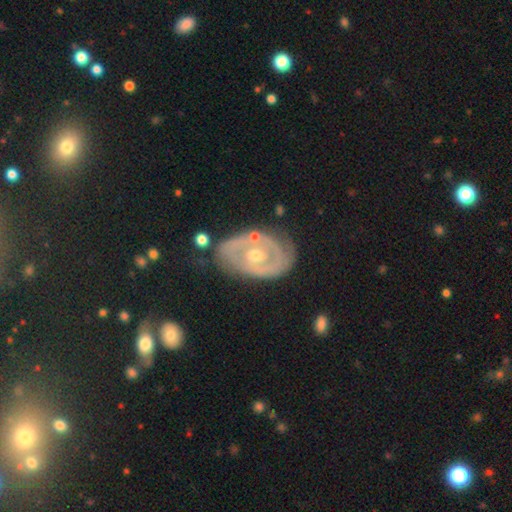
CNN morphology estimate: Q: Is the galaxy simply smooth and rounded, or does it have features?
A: featured or disk — 79%.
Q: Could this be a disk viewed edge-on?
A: no — 95%.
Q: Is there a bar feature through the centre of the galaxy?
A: no — 66%.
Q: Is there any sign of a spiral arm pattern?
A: yes — 59%.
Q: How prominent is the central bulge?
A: moderate — 65%.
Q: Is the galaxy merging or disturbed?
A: none — 67%.